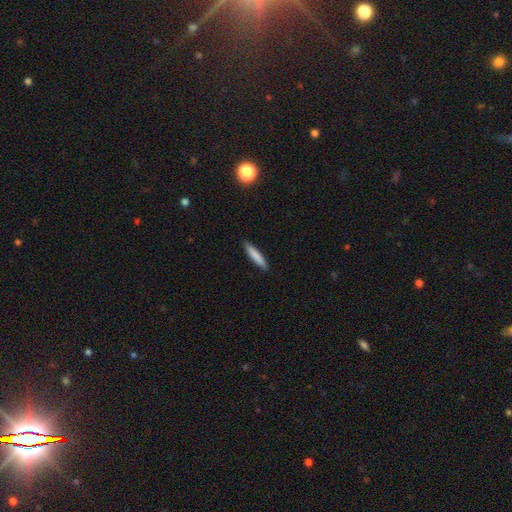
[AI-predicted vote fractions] smooth_or_featured: smooth (p=0.82) [alt: featured or disk p=0.12]
how_rounded: cigar-shaped (p=0.90) [alt: in between p=0.09]
merging: none (p=0.90) [alt: minor disturbance p=0.07]